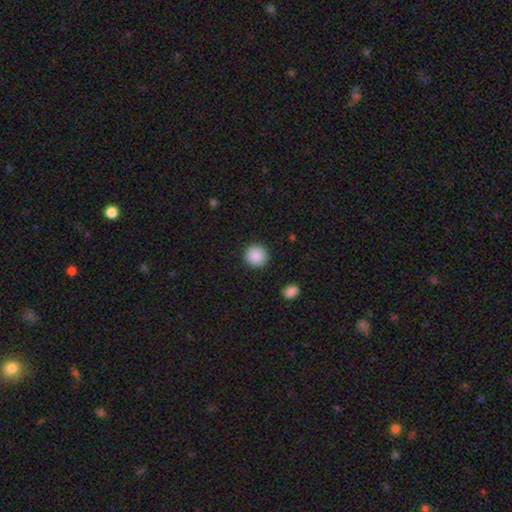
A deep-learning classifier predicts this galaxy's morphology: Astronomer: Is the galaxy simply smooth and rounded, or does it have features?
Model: smooth — 89%.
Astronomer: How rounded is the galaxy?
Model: round — 95%.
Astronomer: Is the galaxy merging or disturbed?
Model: none — 92%.